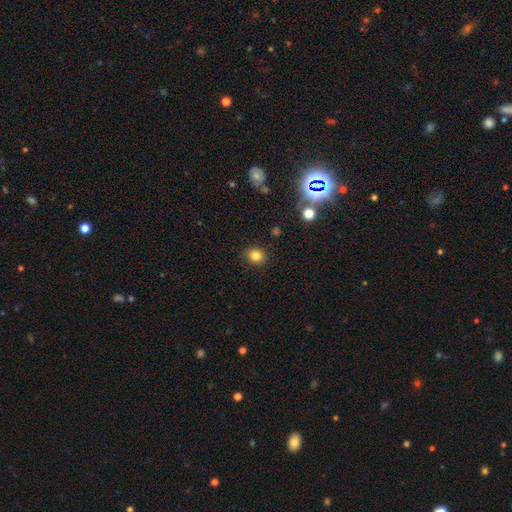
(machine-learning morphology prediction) smooth_or_featured: smooth (p=0.82) [alt: star or artifact p=0.13]
how_rounded: round (p=0.74) [alt: in between p=0.25]
merging: none (p=0.88) [alt: minor disturbance p=0.08]